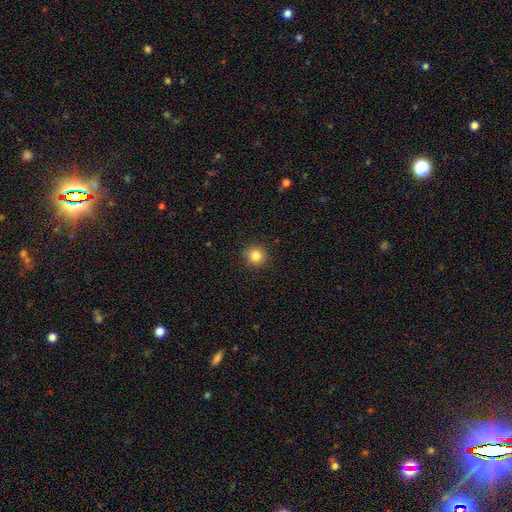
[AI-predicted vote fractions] This appears to be a smooth galaxy with no disk features (84%) that is round (94%). Merging: none (91%).